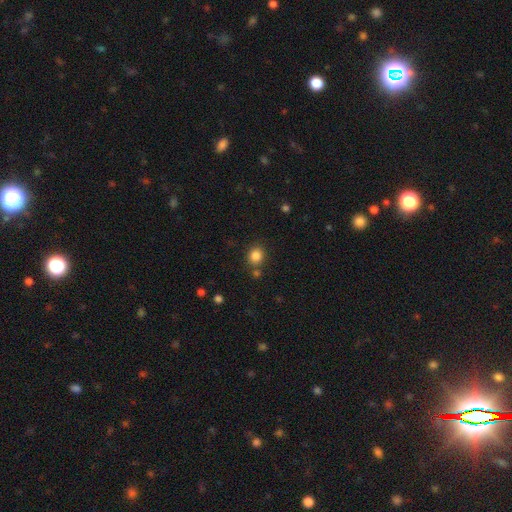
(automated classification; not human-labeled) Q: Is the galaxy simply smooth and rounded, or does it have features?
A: smooth — 85%.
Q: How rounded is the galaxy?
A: round — 74%.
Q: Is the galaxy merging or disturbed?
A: none — 77%.